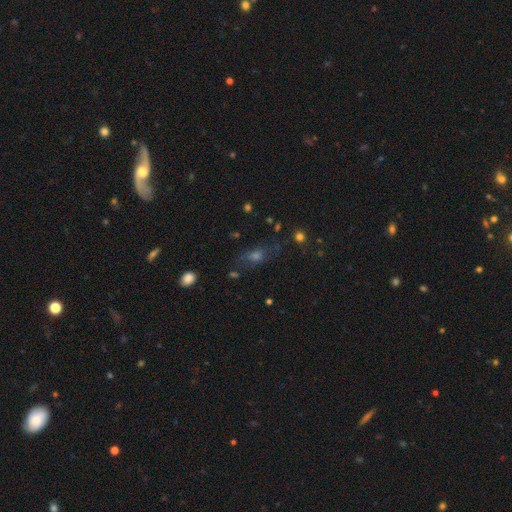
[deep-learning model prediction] Overall: smooth (45%; star or artifact 30%). Merging: none (67%).